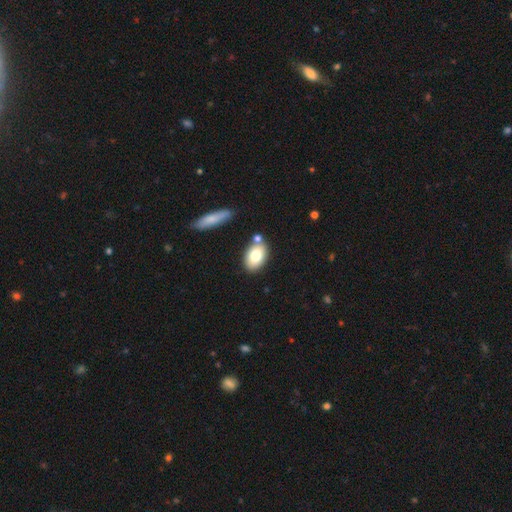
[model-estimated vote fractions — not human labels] Smooth or featured: smooth — 76% (featured or disk — 17%)
How rounded: in between — 85% (round — 13%)
Merging: none — 71% (merger — 14%)